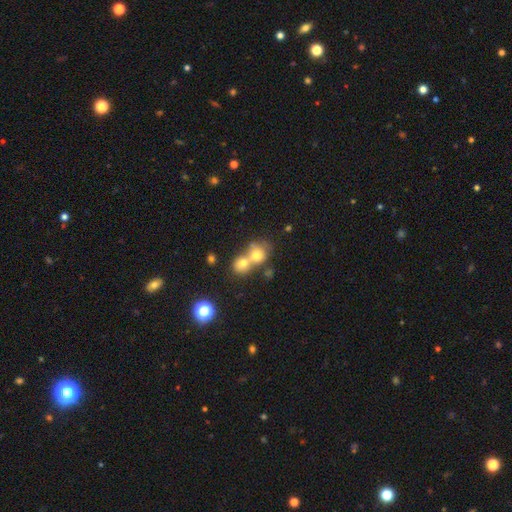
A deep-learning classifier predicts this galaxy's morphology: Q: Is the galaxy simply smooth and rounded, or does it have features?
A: smooth — 68%.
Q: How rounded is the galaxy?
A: round — 71%.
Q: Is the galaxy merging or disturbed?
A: merger — 66%.